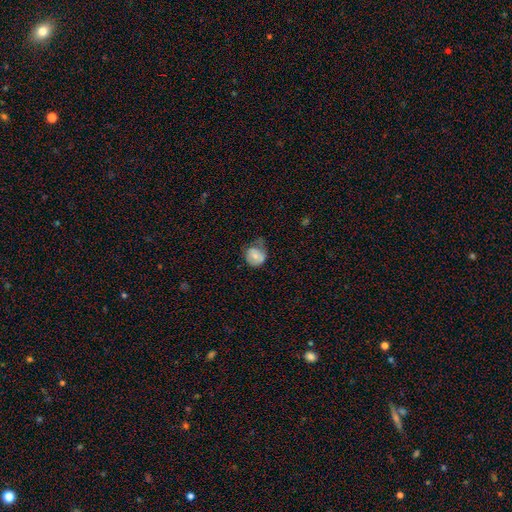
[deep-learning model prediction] A smooth galaxy with no disk features (68%) that is round (76%). Merging: none (39%).